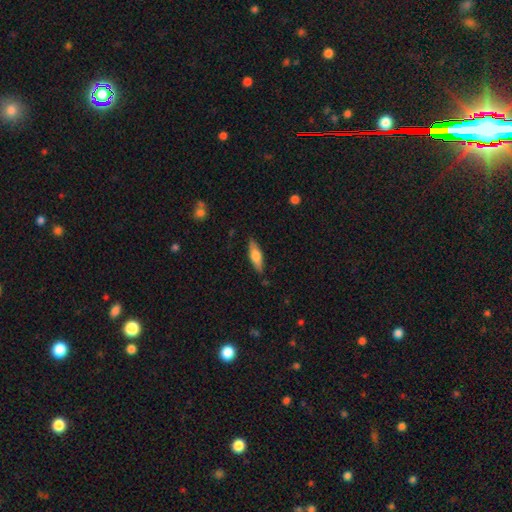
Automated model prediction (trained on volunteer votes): Smooth or featured? smooth (63%)
How rounded? cigar-shaped (52%)
Merging? none (84%)